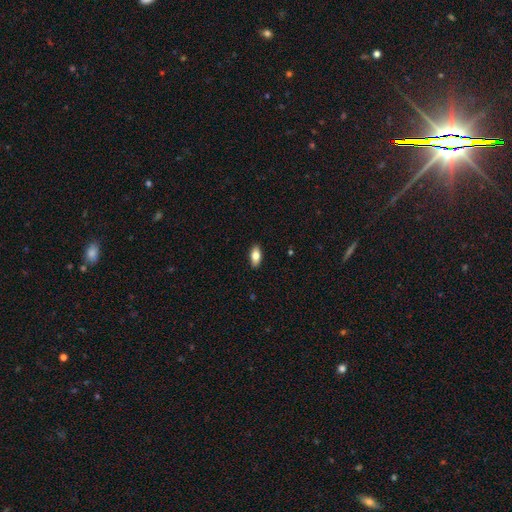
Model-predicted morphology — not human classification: The model was most divided on "smooth or featured": smooth: 77%, featured or disk: 16%, star or artifact: 7%. More confident: merging — none (89%); how rounded — in between (87%).